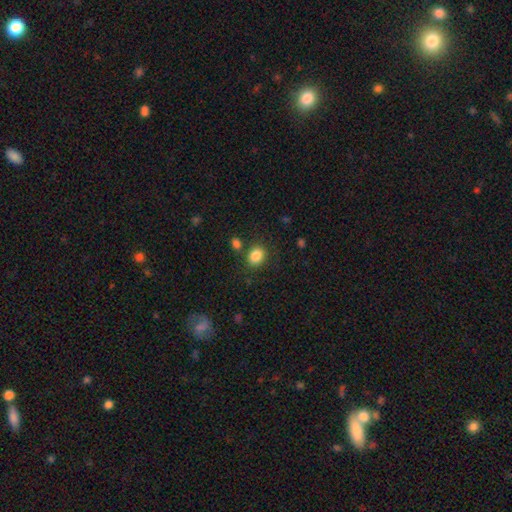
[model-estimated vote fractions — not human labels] Smooth or featured? smooth (86%)
How rounded? round (51%)
Merging? none (79%)